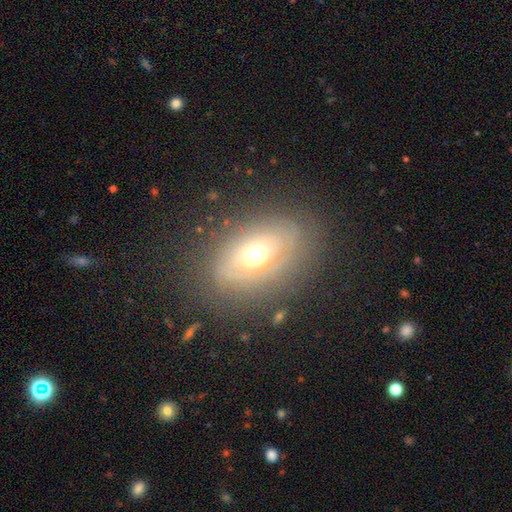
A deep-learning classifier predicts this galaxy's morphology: featured or disk 61%, smooth 29%, star or artifact 9%. Down the decision tree: edge-on disk — no (90%); bar — no (85%); spiral arms — no (57%); bulge size — moderate (67%); merging — none (74%).